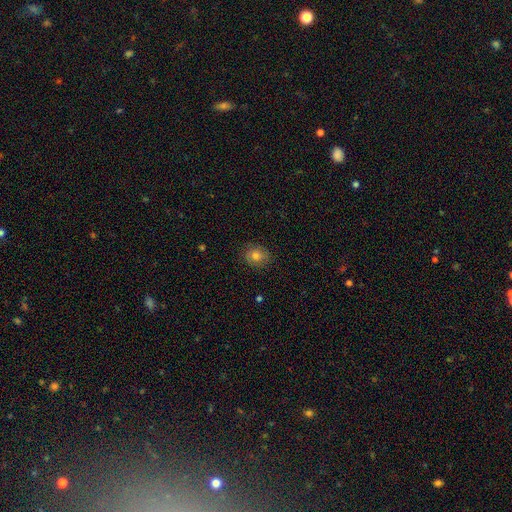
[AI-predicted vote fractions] Morphology: type=smooth (73%); roundness=round (62%); merging=none (82%).